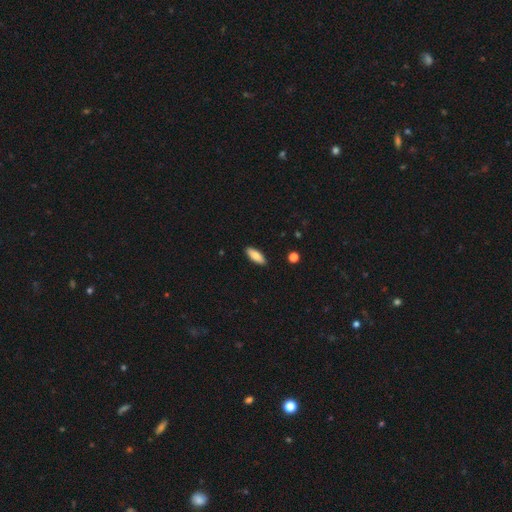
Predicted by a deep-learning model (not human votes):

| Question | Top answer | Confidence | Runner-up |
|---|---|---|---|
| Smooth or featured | smooth | 82% | featured or disk (11%) |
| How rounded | in between | 74% | cigar-shaped (24%) |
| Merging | none | 89% | minor disturbance (8%) |